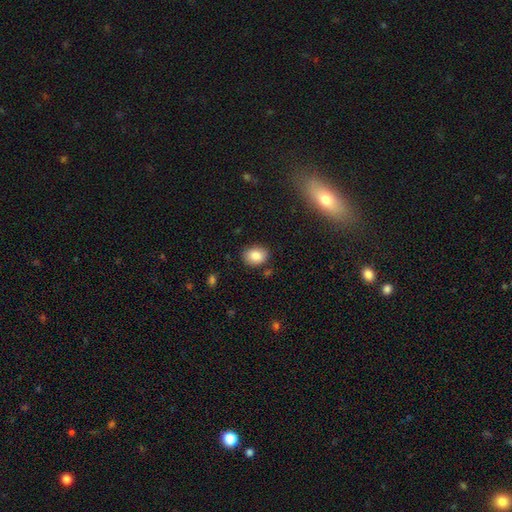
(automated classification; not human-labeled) This appears to be a smooth galaxy with no disk features (84%) that is in between round and cigar-shaped (56%). Merging: none (85%).